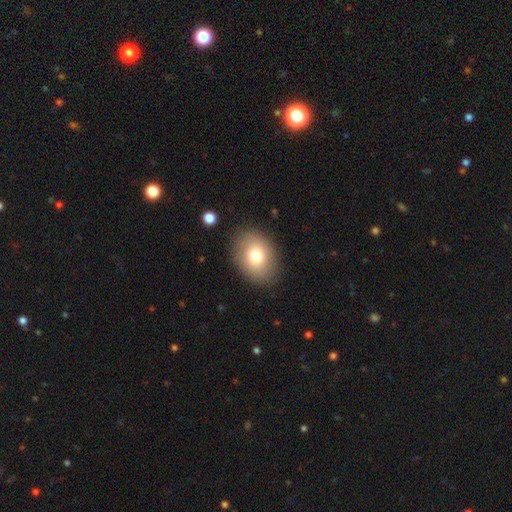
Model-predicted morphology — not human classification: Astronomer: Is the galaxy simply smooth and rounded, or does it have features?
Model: smooth — 76%.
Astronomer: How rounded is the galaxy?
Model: in between — 67%.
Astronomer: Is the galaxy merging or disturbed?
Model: none — 85%.